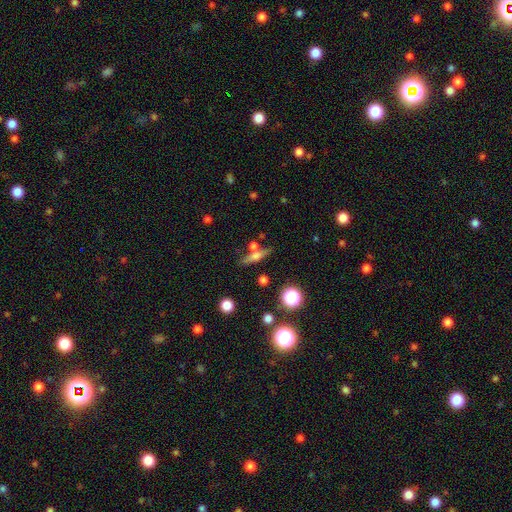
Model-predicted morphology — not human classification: A smooth galaxy with no disk features (51%) that is cigar-shaped (72%).

Vote fractions:
- Smooth or featured? smooth: 51% / featured or disk: 39% / star or artifact: 11%
- How rounded? cigar-shaped: 72% / in between: 21% / round: 8%
- Merging? none: 72% / merger: 13% / minor disturbance: 11% / major disturbance: 4%